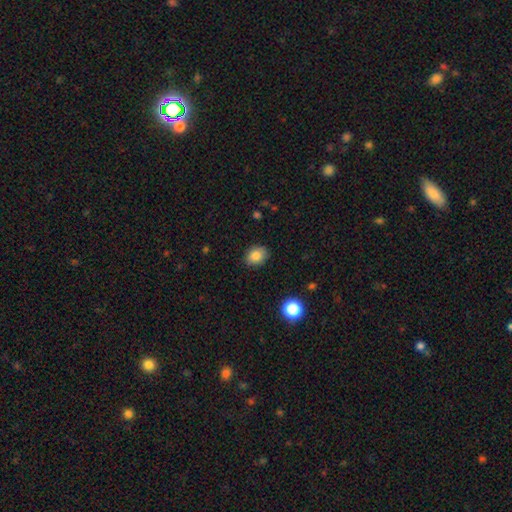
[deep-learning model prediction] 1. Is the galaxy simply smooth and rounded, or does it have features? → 84% smooth, 10% star or artifact, 6% featured or disk.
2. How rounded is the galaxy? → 56% in between, 43% round, 1% cigar-shaped.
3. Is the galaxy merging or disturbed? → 85% none, 11% minor disturbance, 2% major disturbance, 1% merger.